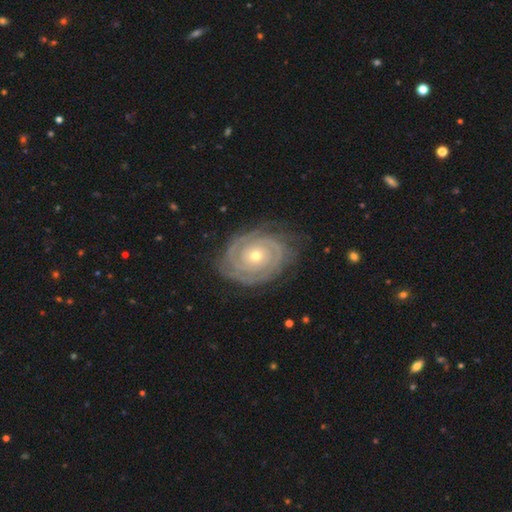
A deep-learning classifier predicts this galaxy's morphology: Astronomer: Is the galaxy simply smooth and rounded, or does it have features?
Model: featured or disk — 91%.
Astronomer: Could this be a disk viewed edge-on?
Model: no — 97%.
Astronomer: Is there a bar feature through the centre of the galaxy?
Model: no — 82%.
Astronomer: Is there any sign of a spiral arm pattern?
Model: yes — 98%.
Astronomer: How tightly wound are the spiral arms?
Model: tight — 87%.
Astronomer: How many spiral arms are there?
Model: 2 — 50%.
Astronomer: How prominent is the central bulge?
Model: small — 60% (runner-up: moderate, 38%).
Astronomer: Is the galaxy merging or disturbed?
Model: none — 78%.